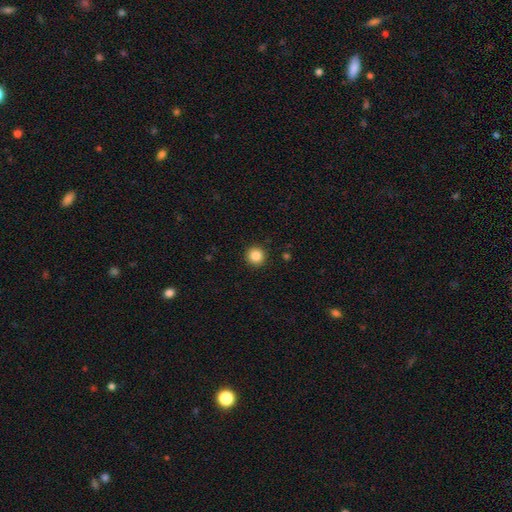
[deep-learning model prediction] smooth-or-featured: smooth: 86% | star or artifact: 10% | featured or disk: 4%
  how-rounded: round: 95% | in between: 4% | cigar-shaped: 1%
  merging: none: 93% | minor disturbance: 5% | major disturbance: 2% | merger: 1%